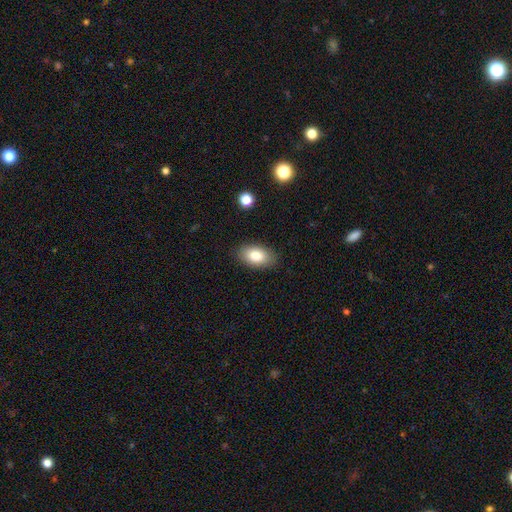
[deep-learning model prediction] Smooth or featured?
  - smooth: 82% *
  - featured or disk: 10%
  - star or artifact: 8%
How rounded?
  - in between: 92% *
  - round: 6%
  - cigar-shaped: 2%
Merging?
  - none: 86% *
  - minor disturbance: 10%
  - major disturbance: 3%
  - merger: 1%